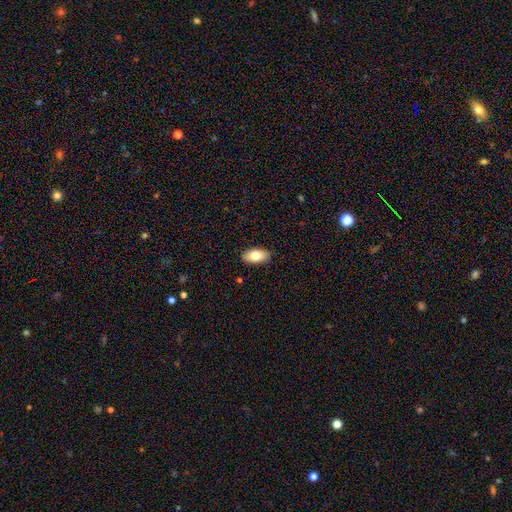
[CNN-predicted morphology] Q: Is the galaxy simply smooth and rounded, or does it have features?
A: smooth — 79%.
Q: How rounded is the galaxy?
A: in between — 92%.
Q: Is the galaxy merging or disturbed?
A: none — 88%.